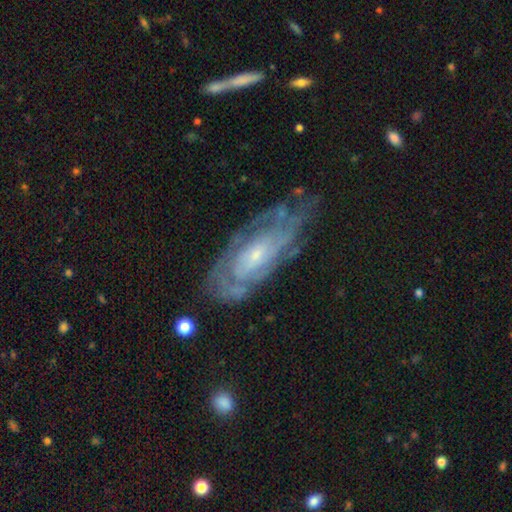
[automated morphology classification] type=featured or disk (80%); edge-on=no (90%); bar=no (68%); spiral arms=yes (87%); winding=tight (69%); arm count=can't tell (55%); bulge=small (70%); merging=none (66%).